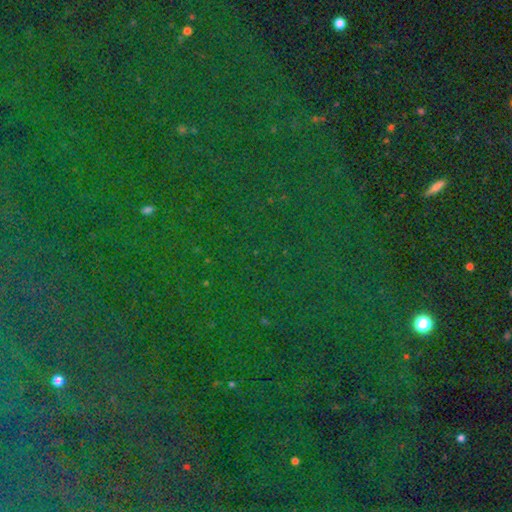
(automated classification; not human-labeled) This is clearly a star or artifact rather than a galaxy (80%).